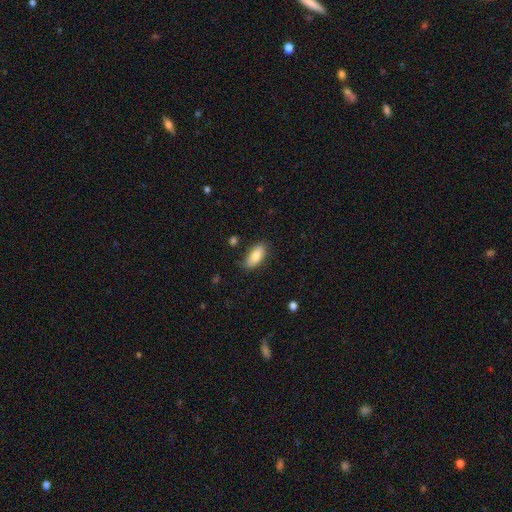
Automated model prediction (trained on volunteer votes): A smooth galaxy with no disk features (84%) that is in between round and cigar-shaped (85%). Merging: none (78%).